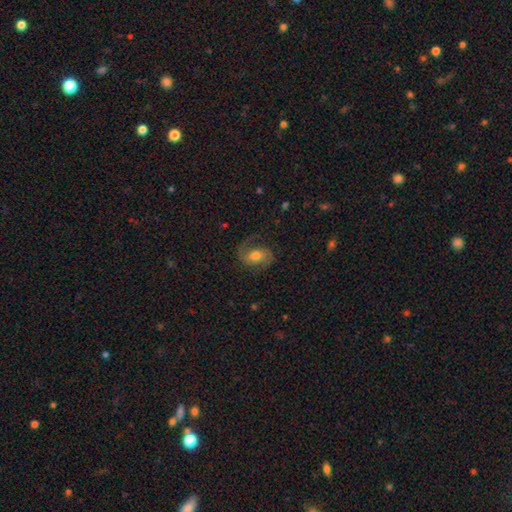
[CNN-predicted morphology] featured or disk 73%, smooth 19%, star or artifact 8%. Down the decision tree: edge-on disk — no (97%); bar — no (48%); spiral arms — yes (94%); spiral arm count — 2 (85%); spiral winding — medium (50%); bulge size — moderate (66%); merging — none (70%).